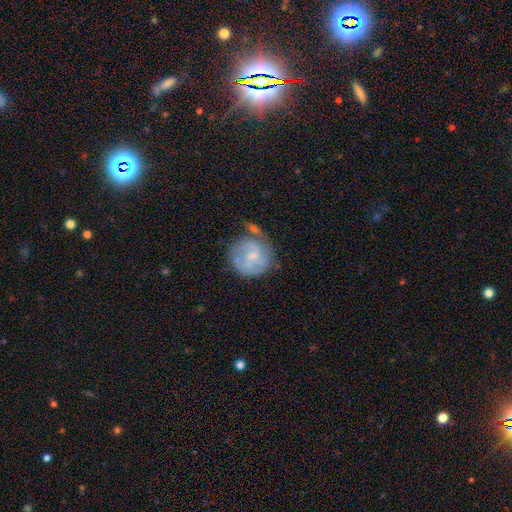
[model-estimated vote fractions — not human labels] Morphology: type=featured or disk (66%); edge-on=no (98%); bar=no (53%); spiral arms=yes (82%); winding=tight (44%); arm count=2 (39%); bulge=small (62%); merging=none (51%).